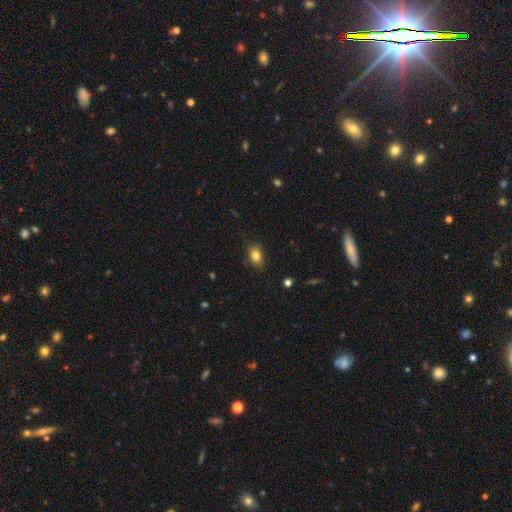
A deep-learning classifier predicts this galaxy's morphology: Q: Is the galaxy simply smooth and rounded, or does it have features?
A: smooth — 82%.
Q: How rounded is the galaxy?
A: in between — 79%.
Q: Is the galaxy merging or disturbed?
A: none — 79%.